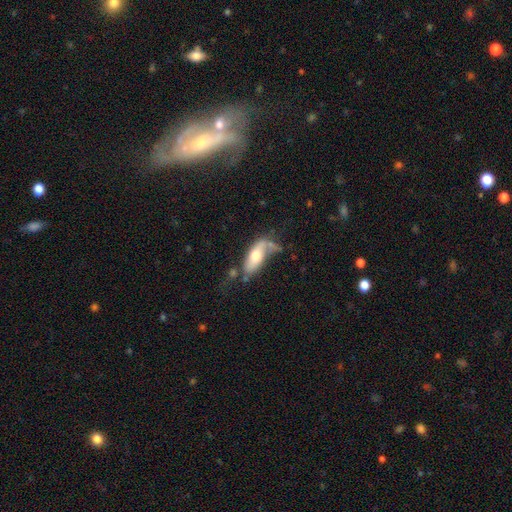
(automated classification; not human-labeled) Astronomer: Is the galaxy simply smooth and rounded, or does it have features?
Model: smooth — 59% (runner-up: featured or disk, 35%).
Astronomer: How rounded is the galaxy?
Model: in between — 74%.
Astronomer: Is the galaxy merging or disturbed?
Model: none — 38% (runner-up: minor disturbance, 27%).